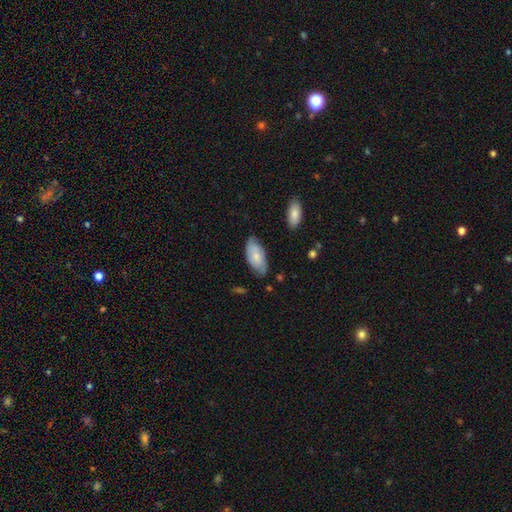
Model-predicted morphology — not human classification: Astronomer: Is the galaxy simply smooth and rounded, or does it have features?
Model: smooth — 63%.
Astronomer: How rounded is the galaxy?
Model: in between — 93%.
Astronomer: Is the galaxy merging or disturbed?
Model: none — 71%.